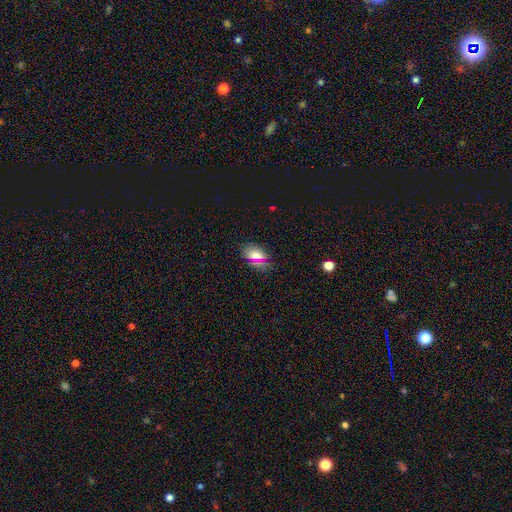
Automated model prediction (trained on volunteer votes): smooth-or-featured: smooth: 70% | star or artifact: 19% | featured or disk: 11%
  how-rounded: in between: 82% | round: 14% | cigar-shaped: 4%
  merging: none: 84% | minor disturbance: 12% | major disturbance: 3% | merger: 2%